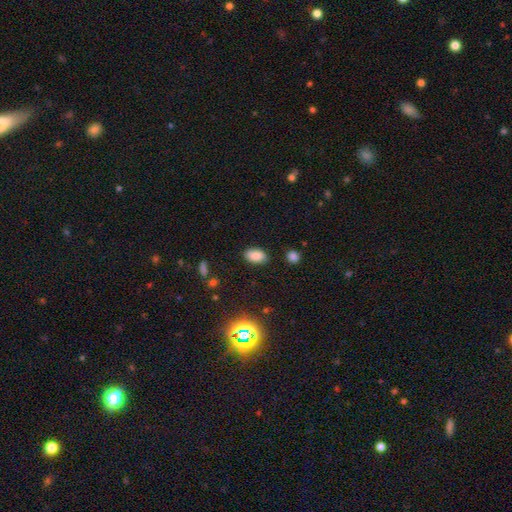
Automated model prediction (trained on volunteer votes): A smooth galaxy with no disk features (85%) that is in between round and cigar-shaped (92%).

Vote fractions:
- Smooth or featured? smooth: 85% / star or artifact: 10% / featured or disk: 5%
- How rounded? in between: 92% / round: 6% / cigar-shaped: 2%
- Merging? none: 85% / minor disturbance: 11% / major disturbance: 3% / merger: 2%